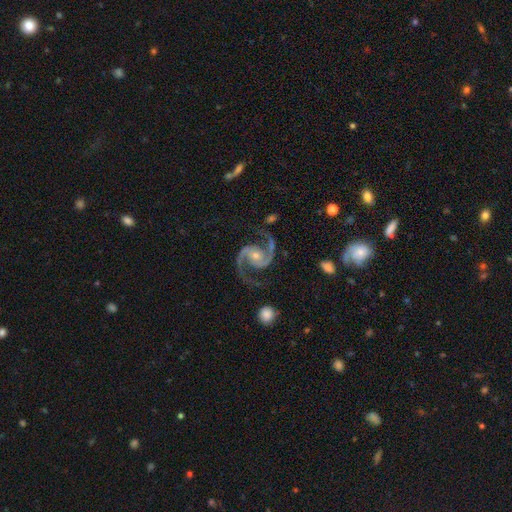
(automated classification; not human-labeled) Smooth or featured? Predicted: featured or disk (p=0.94). Edge-on disk? Predicted: no (p=0.98). Bar? Predicted: no (p=0.59). Spiral arms? Predicted: yes (p=0.99). Spiral winding? Predicted: medium (p=0.65). Spiral arm count? Predicted: 2 (p=0.95). Bulge size? Predicted: small (p=0.48). Merging? Predicted: none (p=0.79).